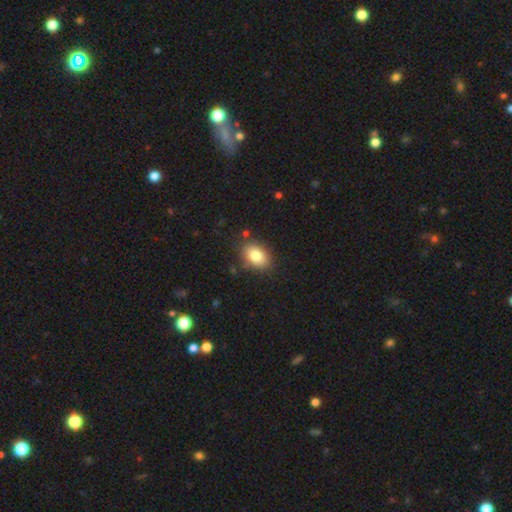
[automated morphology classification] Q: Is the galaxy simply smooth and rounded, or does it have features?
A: smooth — 83%.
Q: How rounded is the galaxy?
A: in between — 82%.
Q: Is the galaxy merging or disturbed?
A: none — 83%.